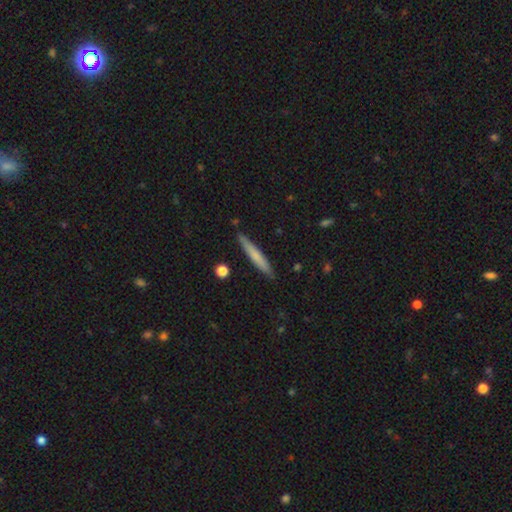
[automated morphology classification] A smooth galaxy with no disk features (65%) that is cigar-shaped (95%).

Vote fractions:
- Smooth or featured? smooth: 65% / featured or disk: 29% / star or artifact: 6%
- How rounded? cigar-shaped: 95% / in between: 4% / round: 1%
- Merging? none: 87% / minor disturbance: 10% / merger: 2% / major disturbance: 2%